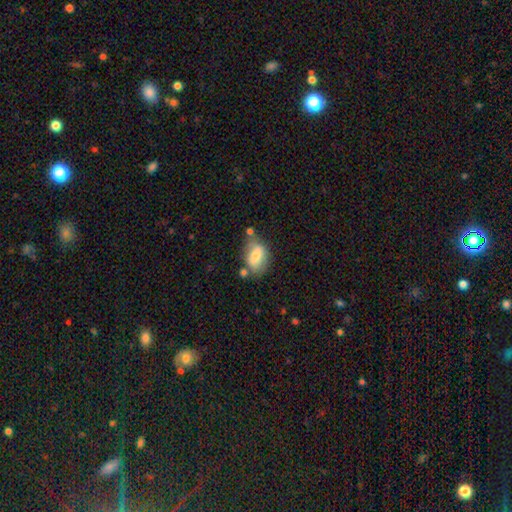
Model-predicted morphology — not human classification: smooth-or-featured: smooth: 70% | featured or disk: 22% | star or artifact: 8%
  how-rounded: in between: 84% | round: 11% | cigar-shaped: 4%
  merging: none: 53% | minor disturbance: 23% | merger: 16% | major disturbance: 8%